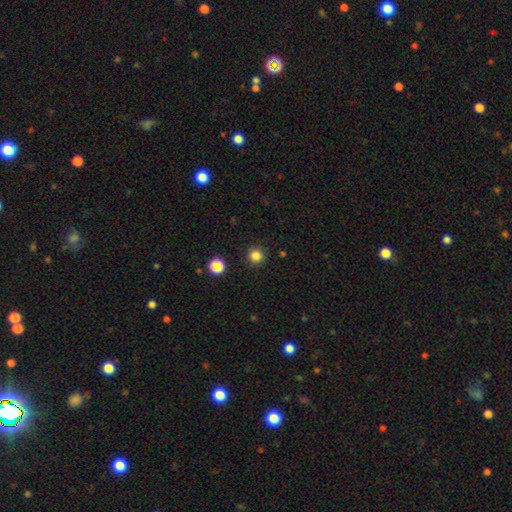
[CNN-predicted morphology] This is clearly a smooth galaxy (84%). How rounded: clearly round (95%). Merging: clearly none (92%).